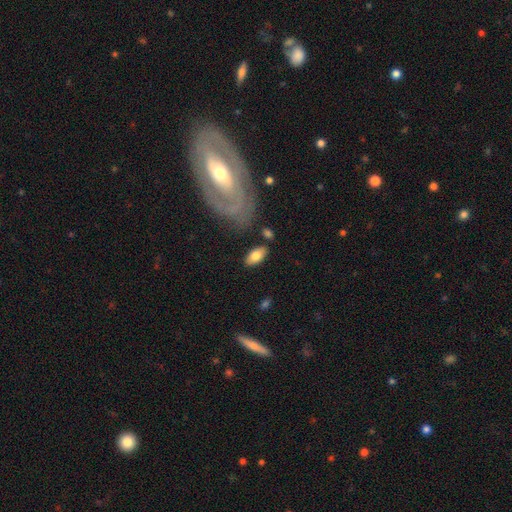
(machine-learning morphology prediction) This appears to be a smooth galaxy with no disk features (77%) that is in between round and cigar-shaped (91%). Merging: none (81%).